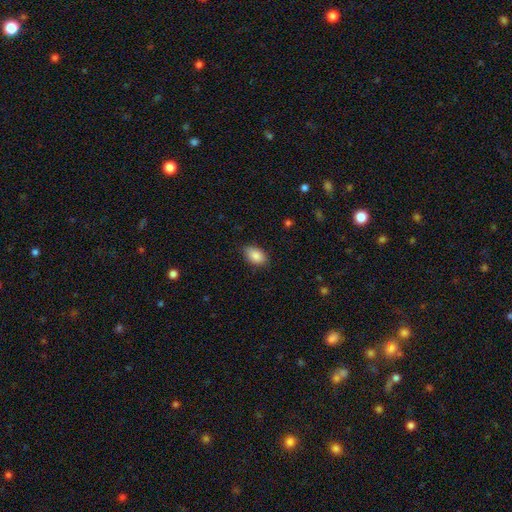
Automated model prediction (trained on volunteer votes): Q: Smooth or featured?
A: smooth (88%); runner-up: star or artifact (7%)
Q: How rounded?
A: in between (89%); runner-up: round (9%)
Q: Merging?
A: none (83%); runner-up: minor disturbance (13%)